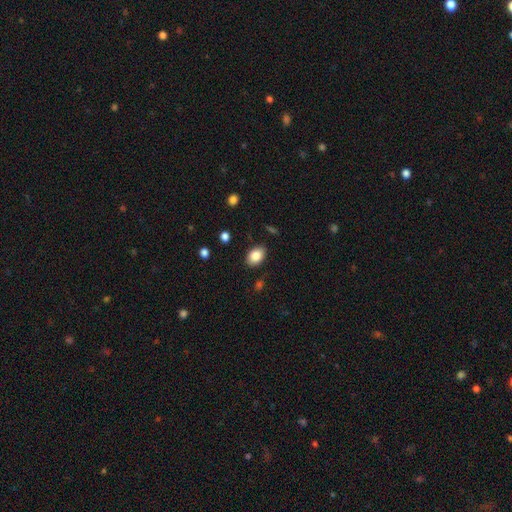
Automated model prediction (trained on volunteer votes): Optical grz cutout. It shows a smooth galaxy with no disk features (86%) that is in between round and cigar-shaped (80%). Merging: none (86%).